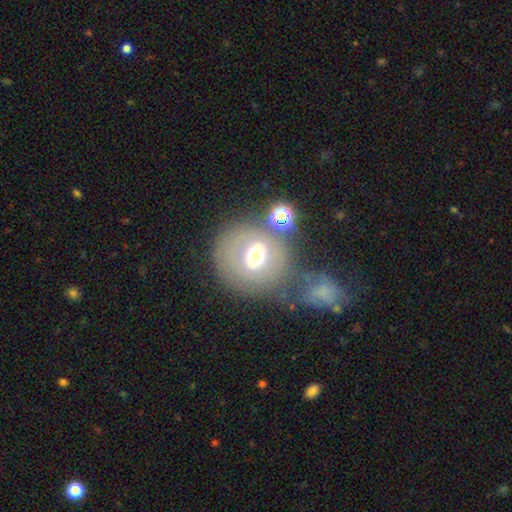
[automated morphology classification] Smooth or featured?
  - smooth: 44% *
  - featured or disk: 42%
  - star or artifact: 14%
Merging?
  - none: 50% *
  - merger: 20%
  - minor disturbance: 15%
  - major disturbance: 14%